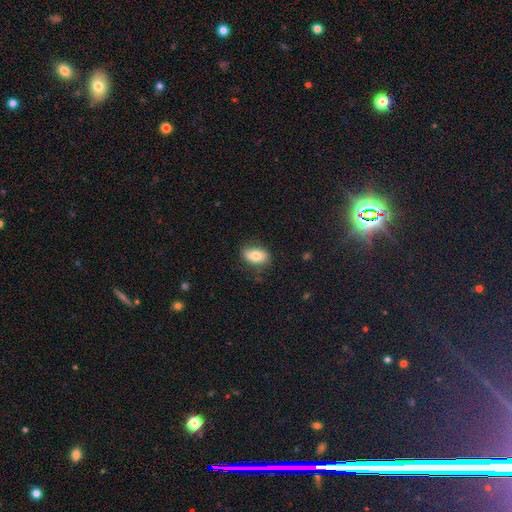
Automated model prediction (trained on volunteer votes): Overall: smooth (77%). How rounded: in between (88%). Merging: none (74%).